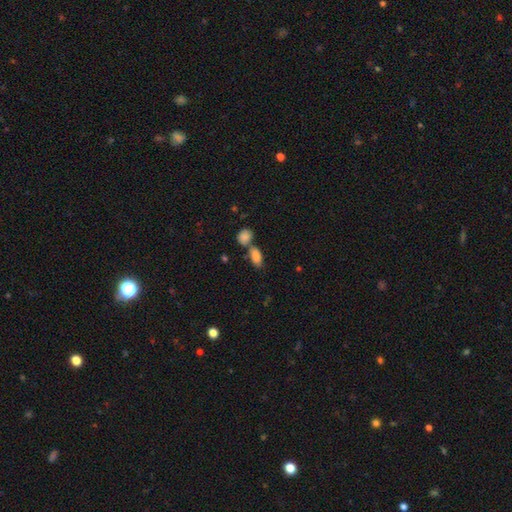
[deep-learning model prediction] smooth 86%, star or artifact 7%, featured or disk 7%. Down the decision tree: how rounded — in between (88%); merging — none (45%).